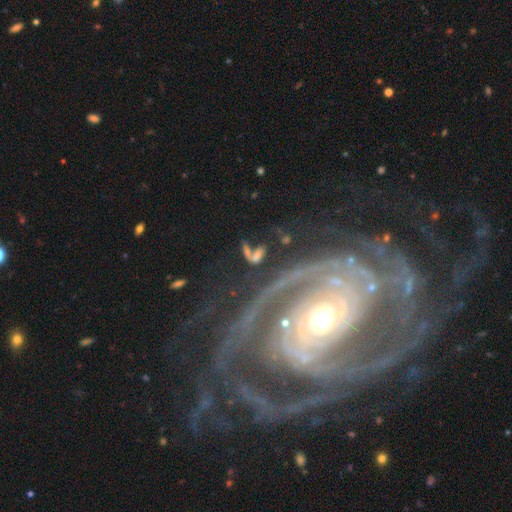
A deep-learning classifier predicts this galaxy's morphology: Overall: smooth (43%; featured or disk 37%). Merging: none (45%; merger 19%).